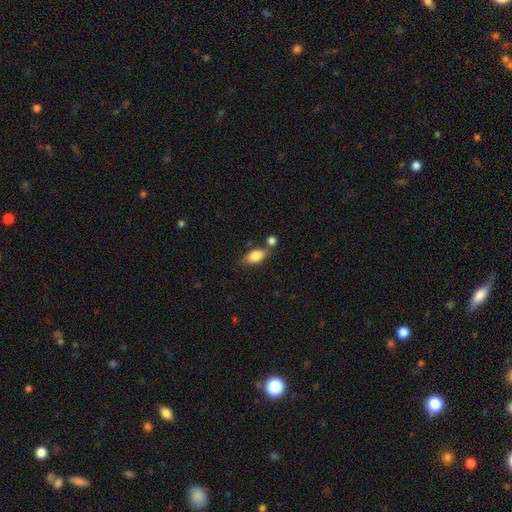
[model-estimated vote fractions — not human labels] Smooth or featured? Predicted: smooth (p=0.81). How rounded? Predicted: in between (p=0.85). Merging? Predicted: none (p=0.58).